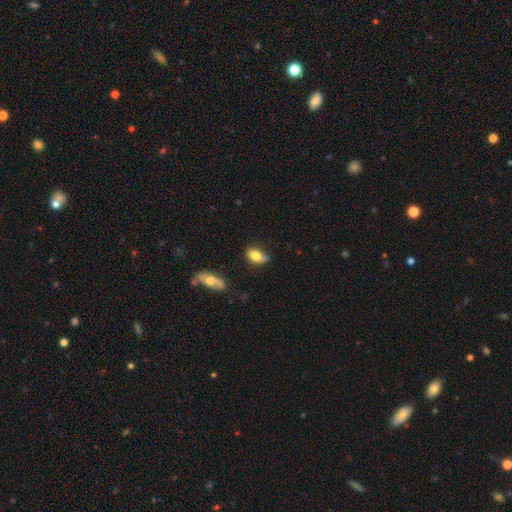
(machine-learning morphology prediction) A smooth galaxy with no disk features (78%) that is in between round and cigar-shaped (87%). Merging: none (54%).